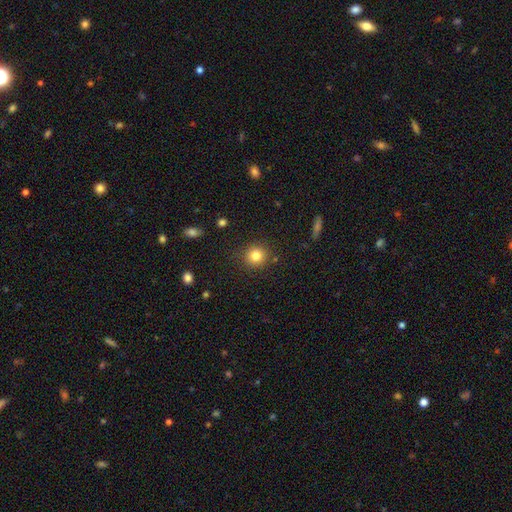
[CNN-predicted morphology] smooth_or_featured: smooth (p=0.82) [alt: star or artifact p=0.12]
how_rounded: round (p=0.91) [alt: in between p=0.08]
merging: none (p=0.88) [alt: minor disturbance p=0.07]